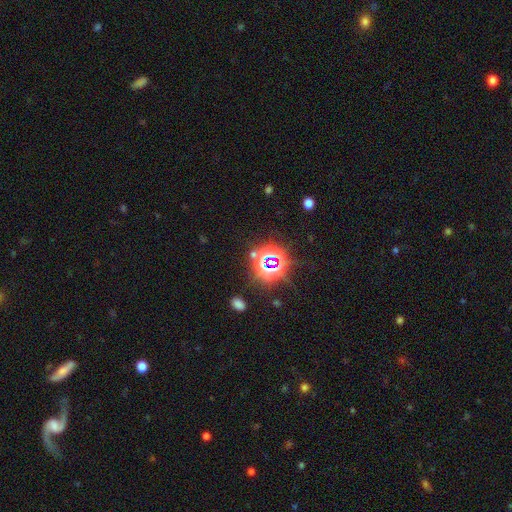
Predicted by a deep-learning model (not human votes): This appears to be a star or artifact, not a galaxy (78%).